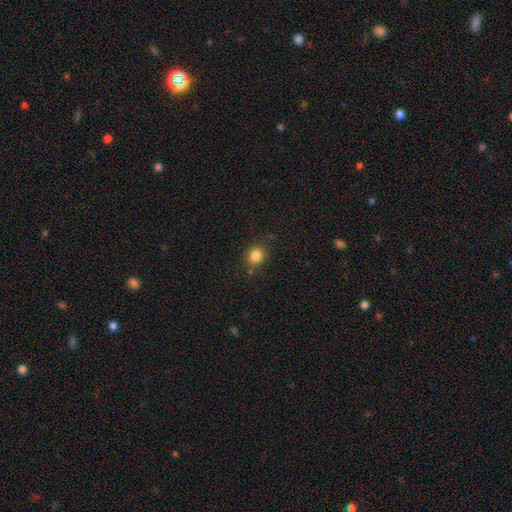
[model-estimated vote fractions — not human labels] Morphology: type=smooth (83%); roundness=round (70%); merging=none (83%).